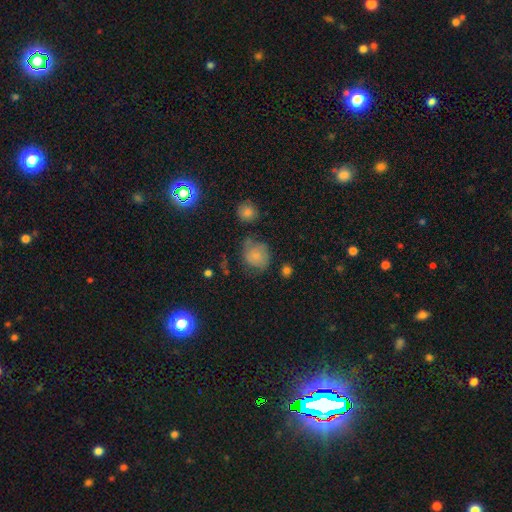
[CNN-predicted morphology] Smooth or featured?
  - smooth: 77% *
  - featured or disk: 13%
  - star or artifact: 10%
How rounded?
  - round: 80% *
  - in between: 19%
  - cigar-shaped: 1%
Merging?
  - none: 57% *
  - minor disturbance: 25%
  - major disturbance: 10%
  - merger: 8%